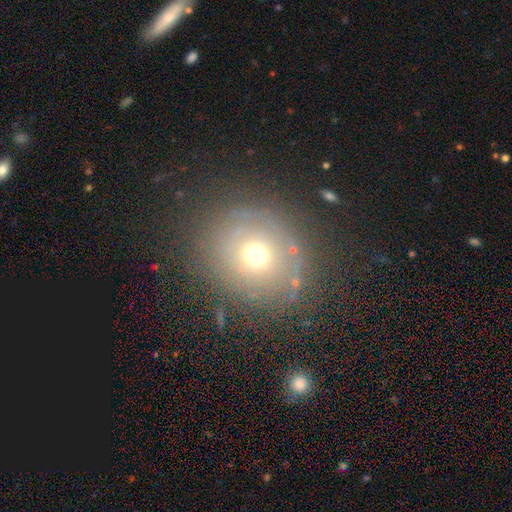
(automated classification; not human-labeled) A smooth galaxy with no disk features (60%) that is round (80%). Merging: none (78%).